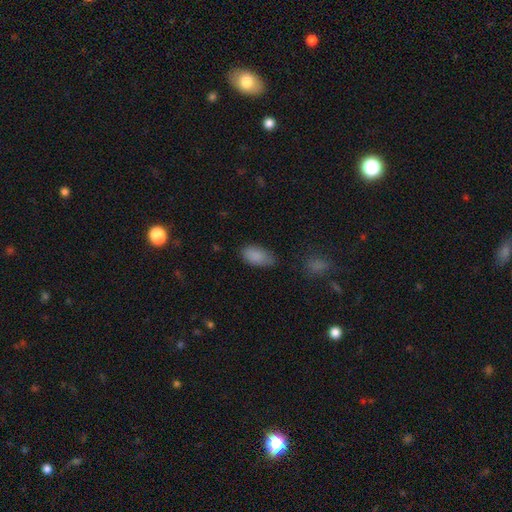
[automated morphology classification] smooth-or-featured: smooth: 87% | star or artifact: 8% | featured or disk: 5%
  how-rounded: in between: 93% | round: 4% | cigar-shaped: 3%
  merging: none: 68% | minor disturbance: 25% | major disturbance: 5% | merger: 2%